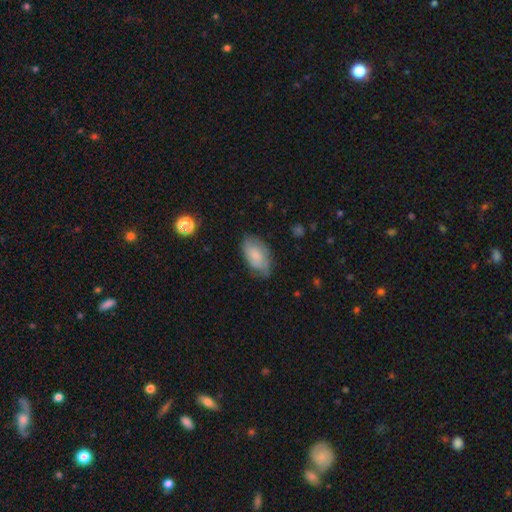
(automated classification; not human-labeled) This is likely a smooth galaxy (73%). How rounded: clearly in between (93%). Merging: likely none (63%).